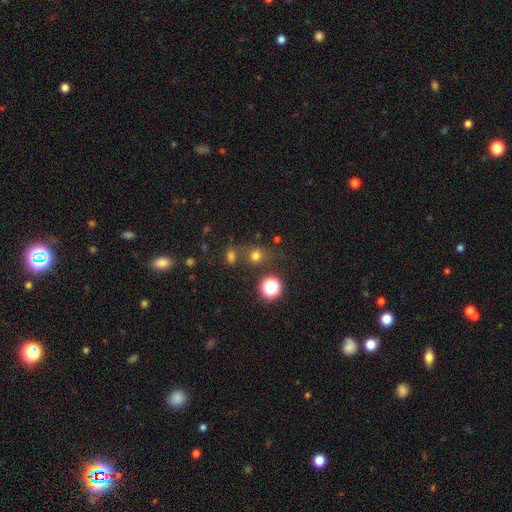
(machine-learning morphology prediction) type=smooth (68%); roundness=round (78%); merging=none (67%).